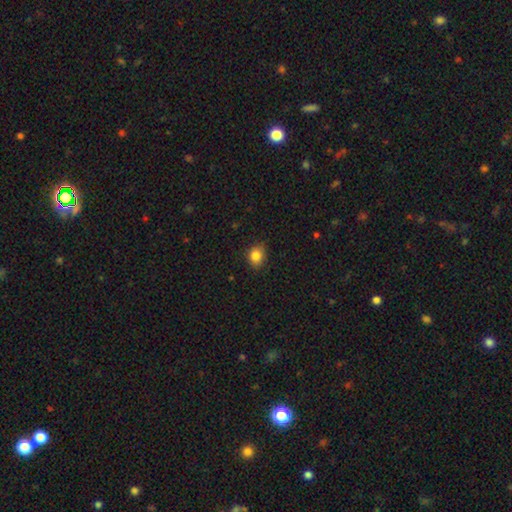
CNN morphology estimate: This is clearly a smooth galaxy (84%). How rounded: likely round (61%). Merging: clearly none (83%).